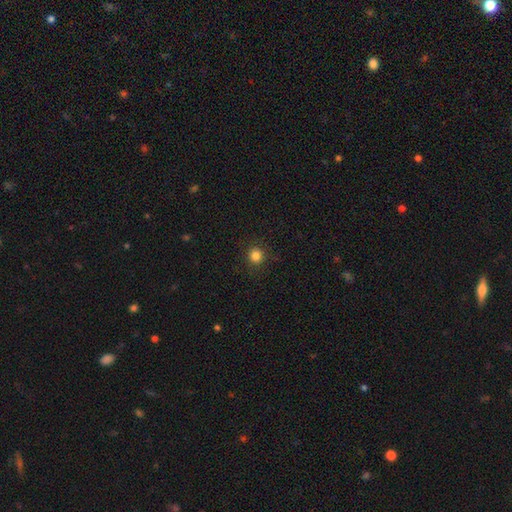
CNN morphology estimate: Q: Smooth or featured?
A: smooth (83%); runner-up: star or artifact (13%)
Q: How rounded?
A: round (93%); runner-up: in between (6%)
Q: Merging?
A: none (91%); runner-up: minor disturbance (6%)